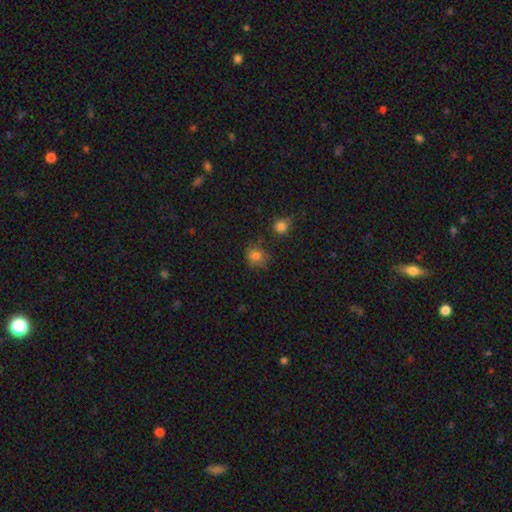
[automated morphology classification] Smooth or featured? smooth (78%)
How rounded? round (71%)
Merging? none (65%)